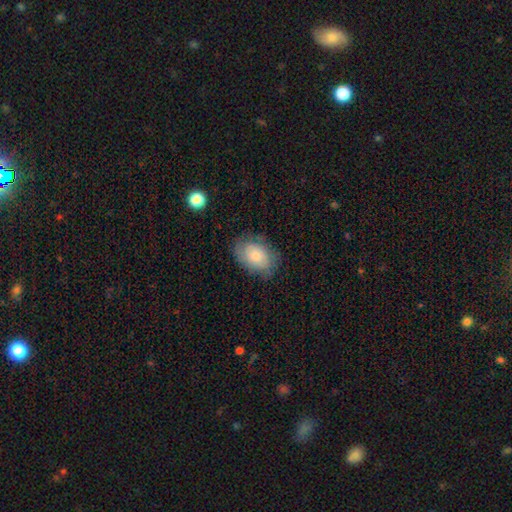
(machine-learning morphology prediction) A smooth galaxy with no disk features (72%) that is in between round and cigar-shaped (81%). Merging: none (74%).